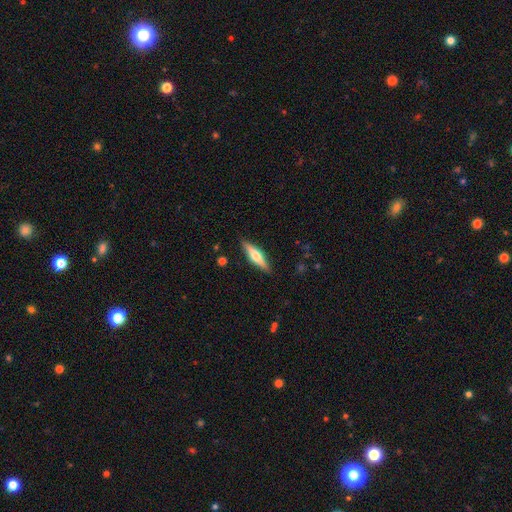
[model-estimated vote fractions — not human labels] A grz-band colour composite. It shows a featured or disk galaxy (56%) viewed edge-on (95%) with a rounded central bulge (90%). Merging: none (89%).